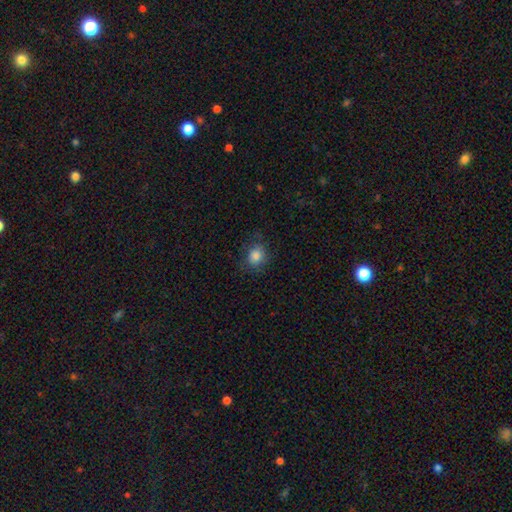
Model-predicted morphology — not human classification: Overall: smooth (84%). How rounded: round (69%; in between 30%). Merging: none (78%).